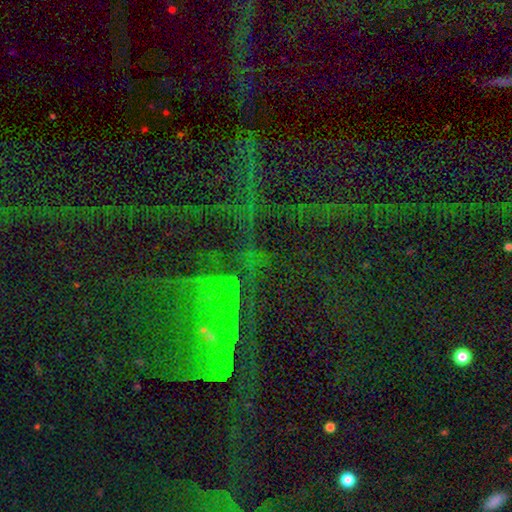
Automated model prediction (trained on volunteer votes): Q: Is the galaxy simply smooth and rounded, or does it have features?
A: star or artifact — 80%.